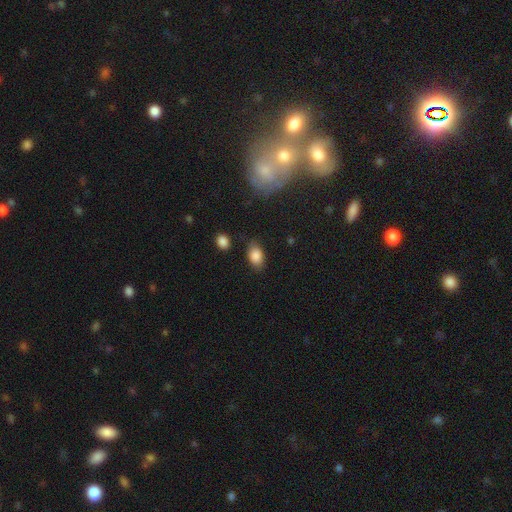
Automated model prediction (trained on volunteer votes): smooth_or_featured: smooth (p=0.86) [alt: star or artifact p=0.08]
how_rounded: in between (p=0.88) [alt: round p=0.10]
merging: none (p=0.78) [alt: minor disturbance p=0.16]